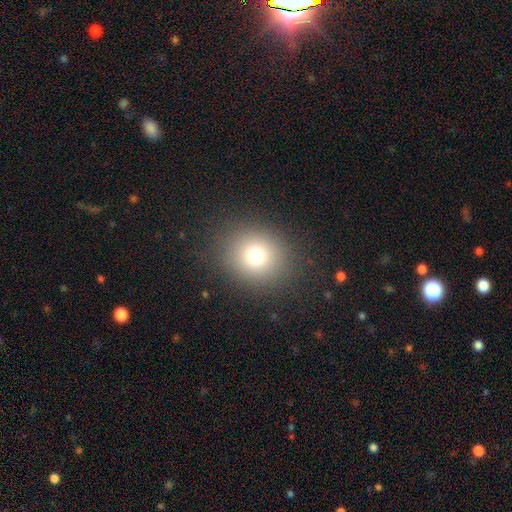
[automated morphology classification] Q: Smooth or featured?
A: smooth (74%); runner-up: star or artifact (16%)
Q: How rounded?
A: round (82%); runner-up: in between (17%)
Q: Merging?
A: none (87%); runner-up: minor disturbance (8%)